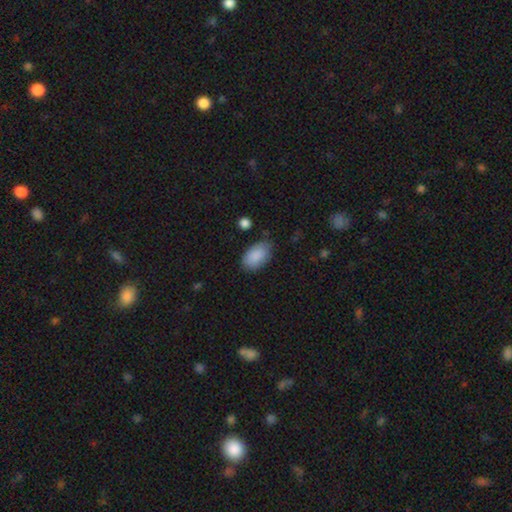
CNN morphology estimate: This appears to be a smooth galaxy with no disk features (88%) that is in between round and cigar-shaped (93%). Merging: none (74%).